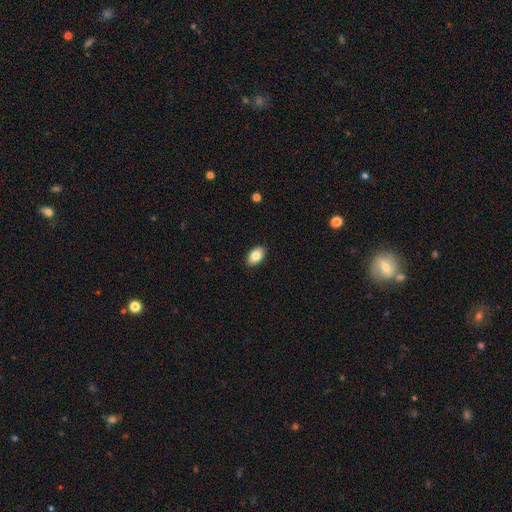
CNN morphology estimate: smooth-or-featured: smooth: 85% | featured or disk: 8% | star or artifact: 7%
  how-rounded: in between: 91% | round: 8% | cigar-shaped: 1%
  merging: none: 90% | minor disturbance: 7% | major disturbance: 2% | merger: 1%